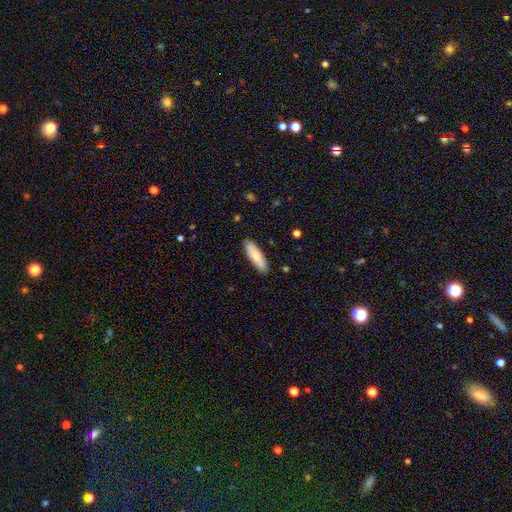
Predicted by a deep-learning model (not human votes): Overall: smooth (80%). How rounded: cigar-shaped (60%; in between 38%). Merging: none (88%).